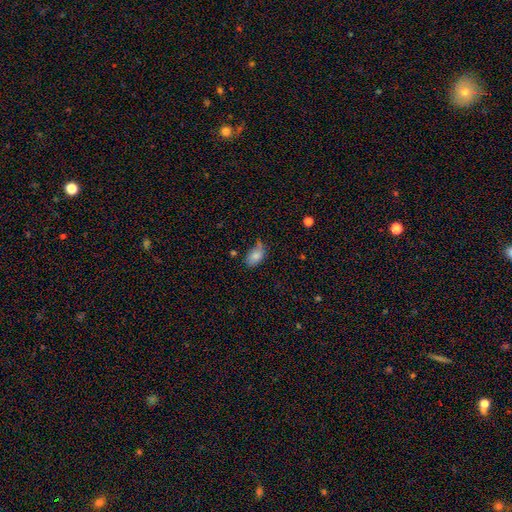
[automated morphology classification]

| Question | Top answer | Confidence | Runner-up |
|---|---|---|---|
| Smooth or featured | smooth | 80% | featured or disk (11%) |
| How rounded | in between | 90% | round (8%) |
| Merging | none | 48% | minor disturbance (36%) |